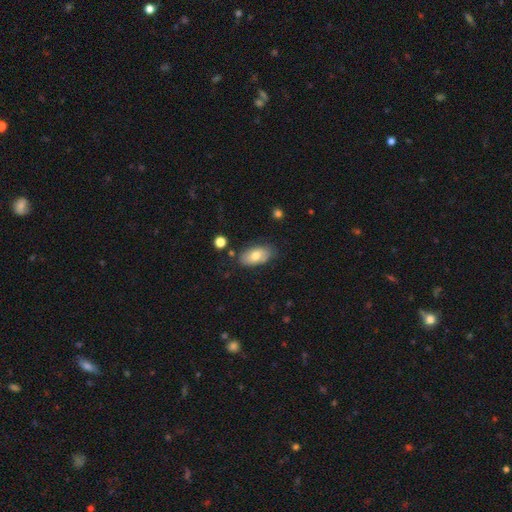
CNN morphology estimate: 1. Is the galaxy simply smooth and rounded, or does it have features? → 70% smooth, 23% featured or disk, 7% star or artifact.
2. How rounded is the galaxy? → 93% in between, 5% round, 3% cigar-shaped.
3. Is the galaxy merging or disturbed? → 77% none, 17% minor disturbance, 4% major disturbance, 3% merger.